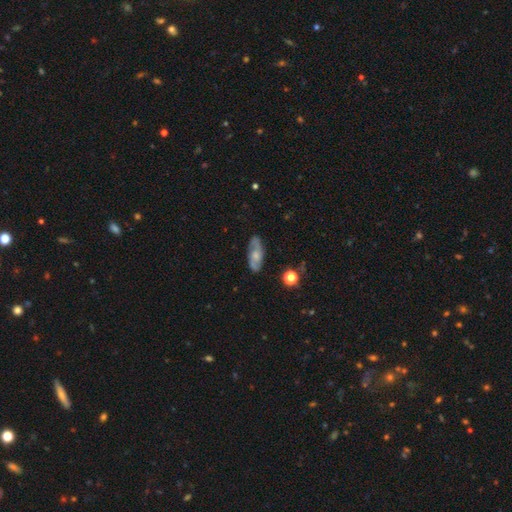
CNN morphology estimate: Smooth or featured: featured or disk — 56% (smooth — 36%)
Edge-on disk: no — 84% (yes — 16%)
Merging: none — 80% (minor disturbance — 14%)